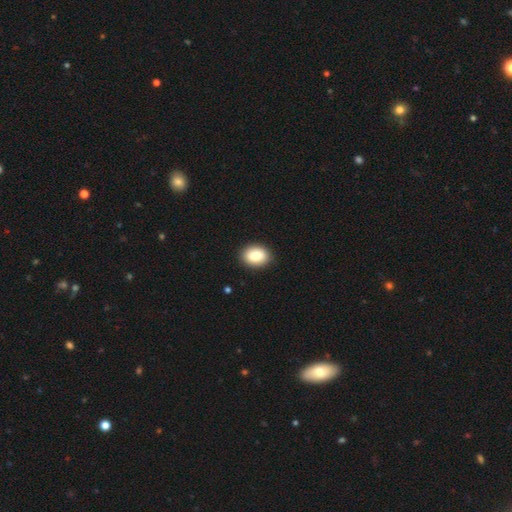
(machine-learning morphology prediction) Smooth or featured? Predicted: smooth (p=0.84). How rounded? Predicted: in between (p=0.67). Merging? Predicted: none (p=0.90).